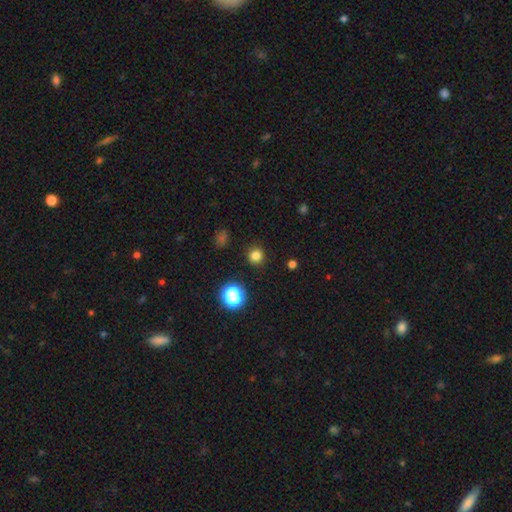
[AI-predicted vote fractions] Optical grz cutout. It shows a smooth galaxy with no disk features (80%) that is round (92%). Merging: none (90%).